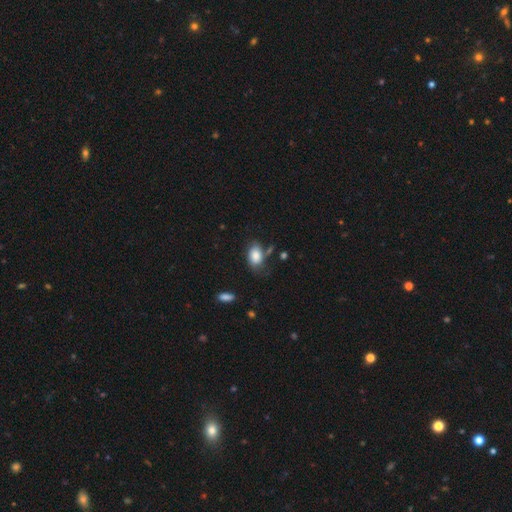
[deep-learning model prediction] smooth 80%, featured or disk 12%, star or artifact 8%. Down the decision tree: how rounded — in between (89%); merging — none (53%).